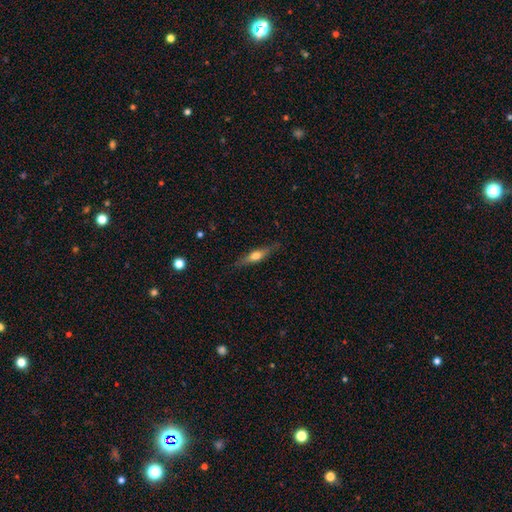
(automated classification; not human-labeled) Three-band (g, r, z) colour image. It shows a featured or disk galaxy (47%). Merging: none (84%).